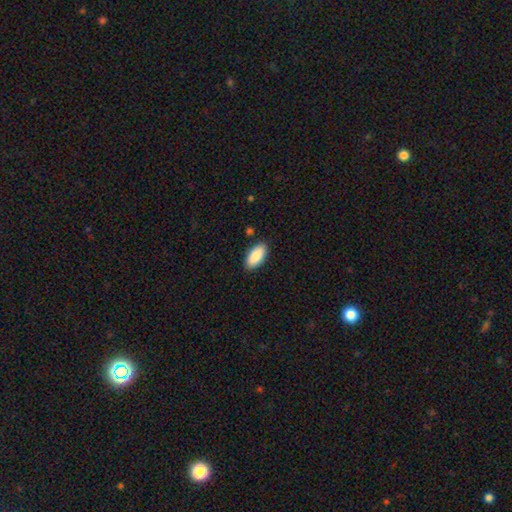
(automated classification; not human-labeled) This appears to be a smooth galaxy with no disk features (88%) that is in between round and cigar-shaped (91%). Merging: none (88%).